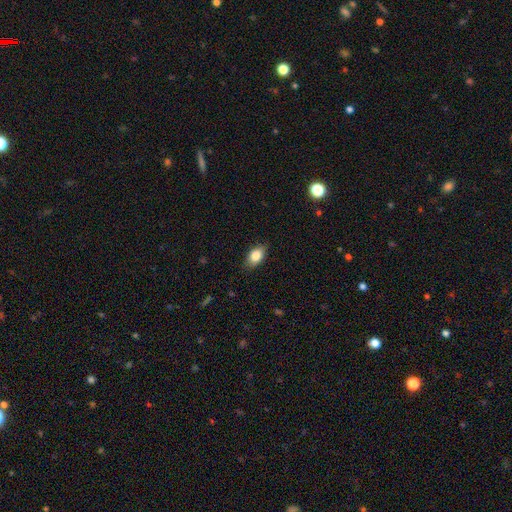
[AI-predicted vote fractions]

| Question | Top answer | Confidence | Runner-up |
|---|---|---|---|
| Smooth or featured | smooth | 81% | featured or disk (11%) |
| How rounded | in between | 86% | round (10%) |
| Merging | none | 82% | minor disturbance (14%) |